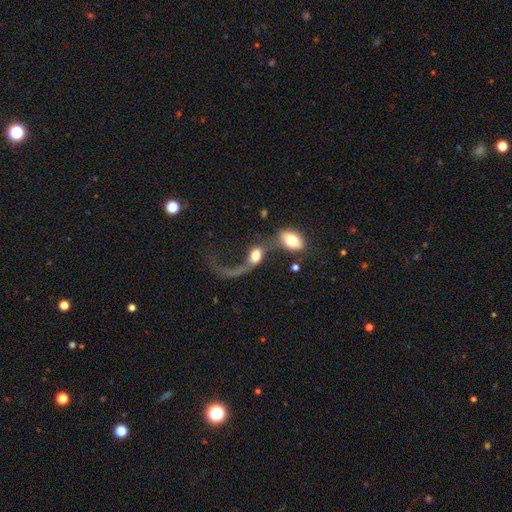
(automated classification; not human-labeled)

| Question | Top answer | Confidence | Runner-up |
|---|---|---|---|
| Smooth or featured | smooth | 48% | featured or disk (42%) |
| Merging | merger | 46% | major disturbance (36%) |